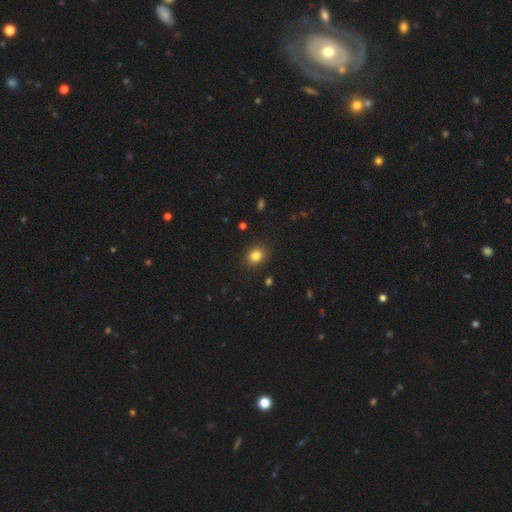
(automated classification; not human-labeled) Overall: smooth (83%). How rounded: round (60%; in between 40%). Merging: none (88%).